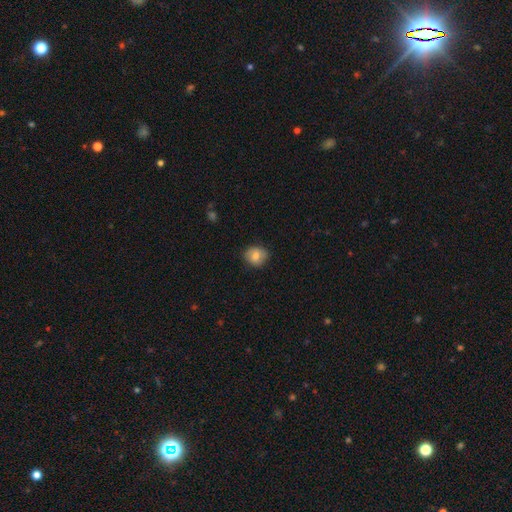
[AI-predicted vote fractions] Q: Smooth or featured?
A: smooth (80%); runner-up: featured or disk (12%)
Q: How rounded?
A: round (72%); runner-up: in between (27%)
Q: Merging?
A: none (83%); runner-up: minor disturbance (13%)